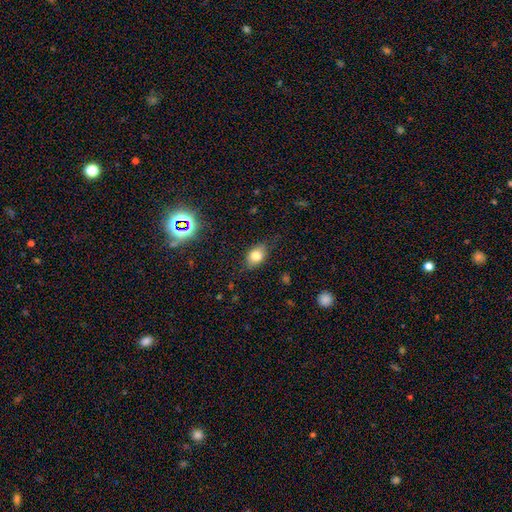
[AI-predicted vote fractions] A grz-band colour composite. It shows a smooth galaxy with no disk features (76%) that is in between round and cigar-shaped (76%). Merging: none (79%).